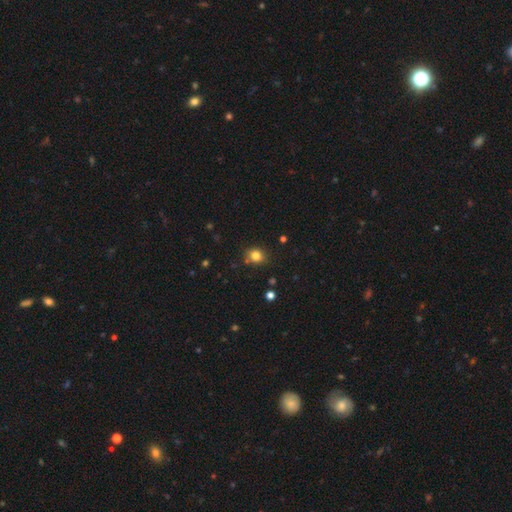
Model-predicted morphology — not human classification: This appears to be a smooth galaxy with no disk features (81%) that is round (73%). Merging: none (80%).